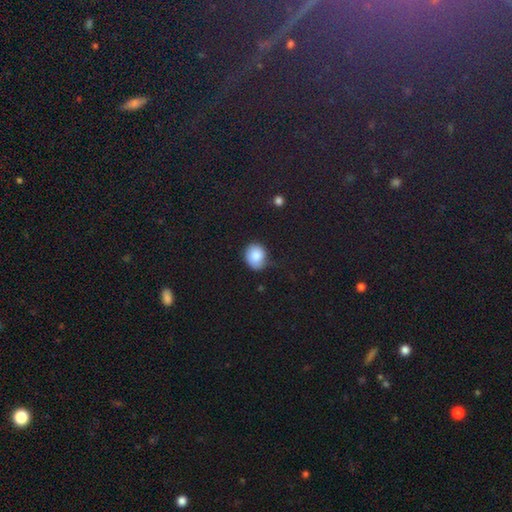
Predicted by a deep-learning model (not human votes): A smooth galaxy with no disk features (85%) that is round (66%). Merging: none (58%).